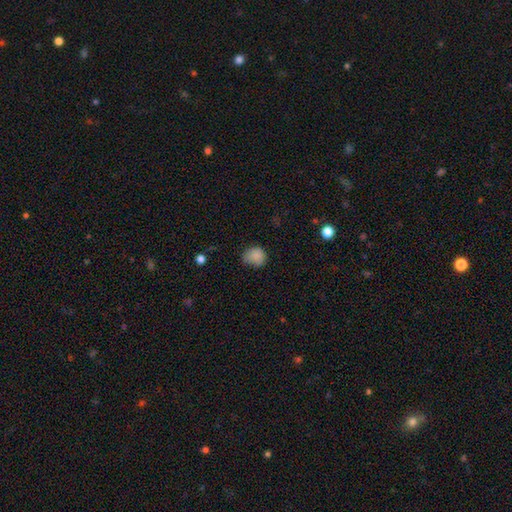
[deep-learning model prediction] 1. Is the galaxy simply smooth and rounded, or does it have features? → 84% smooth, 10% star or artifact, 6% featured or disk.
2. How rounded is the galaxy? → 71% round, 28% in between, 1% cigar-shaped.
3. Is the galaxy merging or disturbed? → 58% none, 32% minor disturbance, 8% major disturbance, 2% merger.